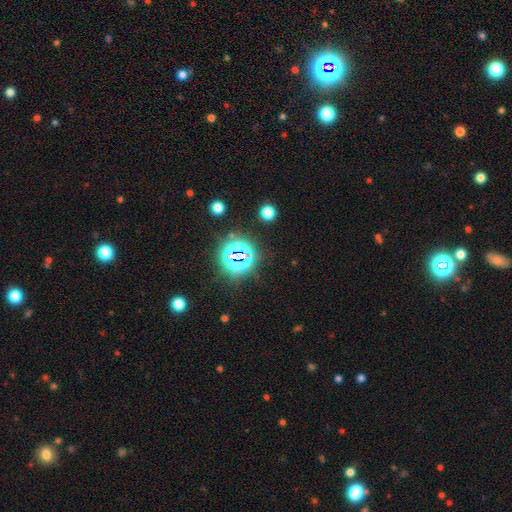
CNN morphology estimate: This is likely a star or artifact rather than a galaxy (79%).